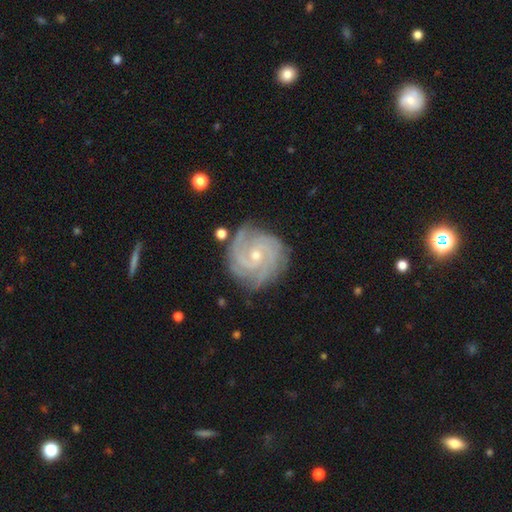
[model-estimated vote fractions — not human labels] This is clearly a featured or disk galaxy (90%). It is clearly not viewed edge-on (98%). Bar: likely no (64%). Spiral arm pattern: clearly yes (98%). Spiral arm count: marginally 3 (34%). Spiral winding: likely tight (76%). Central bulge: possibly small (59%). Merging: likely none (78%).